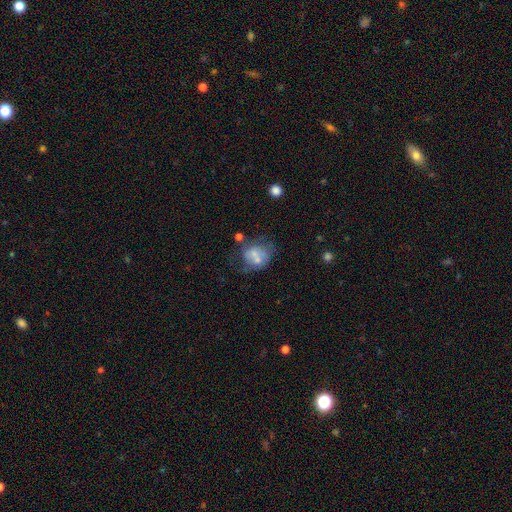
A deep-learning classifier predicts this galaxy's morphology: Smooth or featured?
  - smooth: 50% *
  - featured or disk: 39%
  - star or artifact: 10%
How rounded?
  - round: 56% *
  - in between: 43%
  - cigar-shaped: 1%
Merging?
  - none: 33% *
  - merger: 26%
  - minor disturbance: 21%
  - major disturbance: 20%